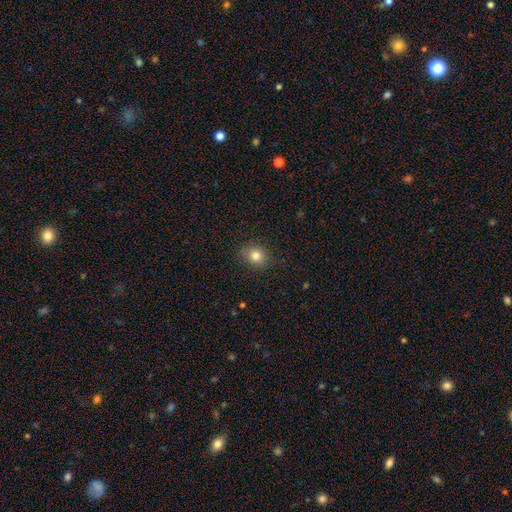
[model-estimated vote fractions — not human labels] Overall: smooth (81%). How rounded: round (81%). Merging: none (86%).